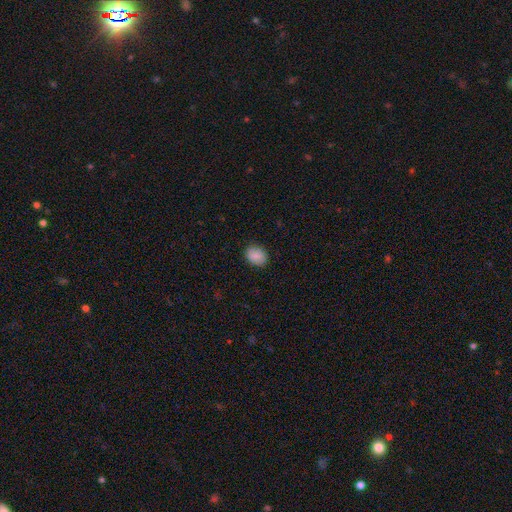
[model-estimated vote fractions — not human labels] The model was most divided on "how rounded": in between: 51%, round: 48%, cigar-shaped: 1%. More confident: smooth or featured — smooth (88%); merging — none (88%).